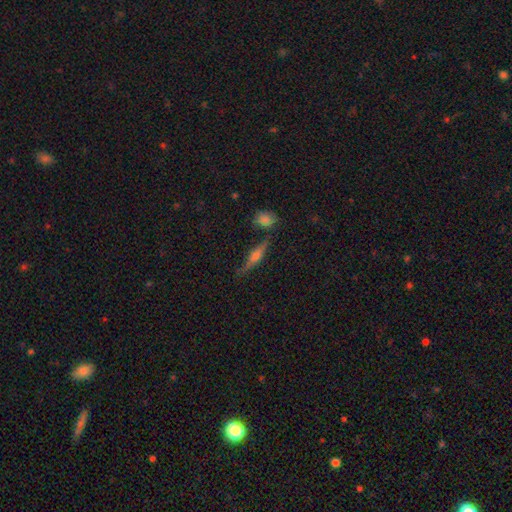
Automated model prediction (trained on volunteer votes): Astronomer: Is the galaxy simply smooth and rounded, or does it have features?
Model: featured or disk — 67%.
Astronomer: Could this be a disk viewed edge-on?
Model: yes — 96%.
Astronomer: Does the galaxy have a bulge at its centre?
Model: rounded — 91%.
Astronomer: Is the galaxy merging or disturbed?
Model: none — 81%.